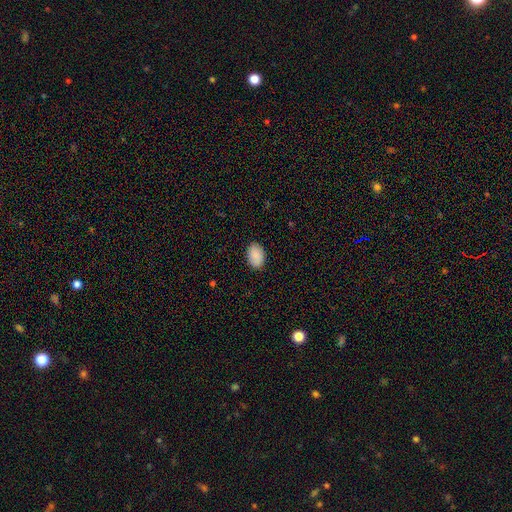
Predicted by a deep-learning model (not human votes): Smooth or featured? Predicted: smooth (p=0.90). How rounded? Predicted: in between (p=0.90). Merging? Predicted: none (p=0.88).